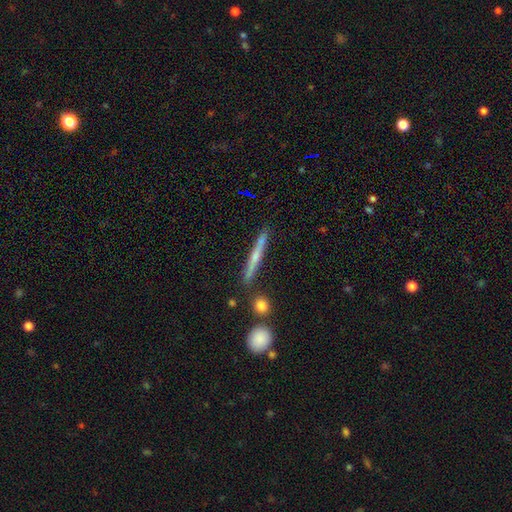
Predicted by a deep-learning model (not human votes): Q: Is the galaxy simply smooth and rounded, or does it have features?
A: featured or disk — 58%.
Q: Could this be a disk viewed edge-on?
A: yes — 96%.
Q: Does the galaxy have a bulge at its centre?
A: rounded — 61%.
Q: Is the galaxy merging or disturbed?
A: none — 82%.